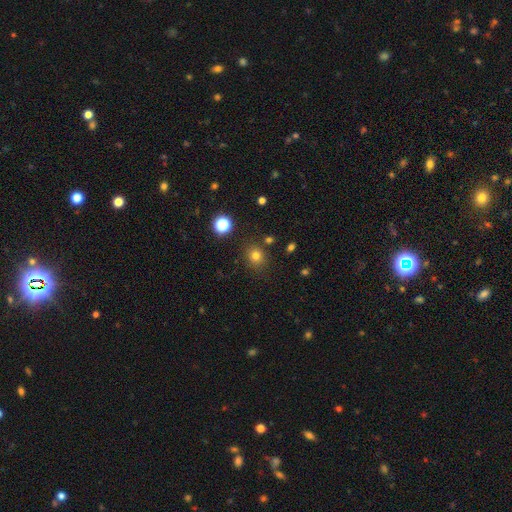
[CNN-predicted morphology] Smooth or featured? smooth (76%)
How rounded? round (79%)
Merging? none (84%)